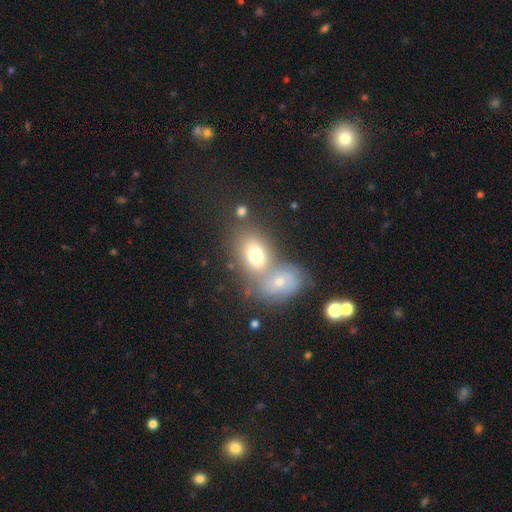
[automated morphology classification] Q: Smooth or featured?
A: smooth (68%); runner-up: featured or disk (22%)
Q: How rounded?
A: in between (76%); runner-up: round (22%)
Q: Merging?
A: merger (47%); runner-up: none (37%)